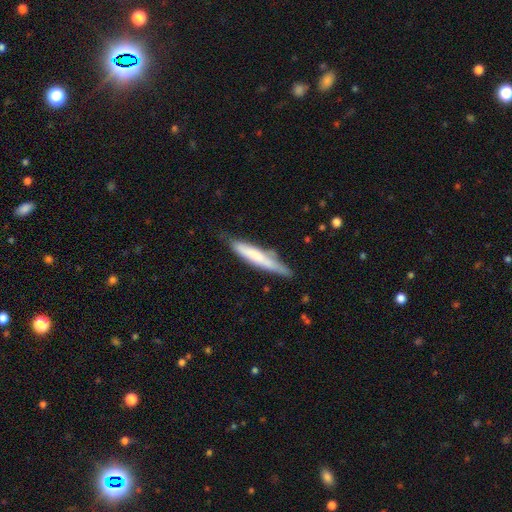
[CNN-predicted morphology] This appears to be a smooth galaxy with no disk features (64%) that is cigar-shaped (90%). Merging: none (64%).